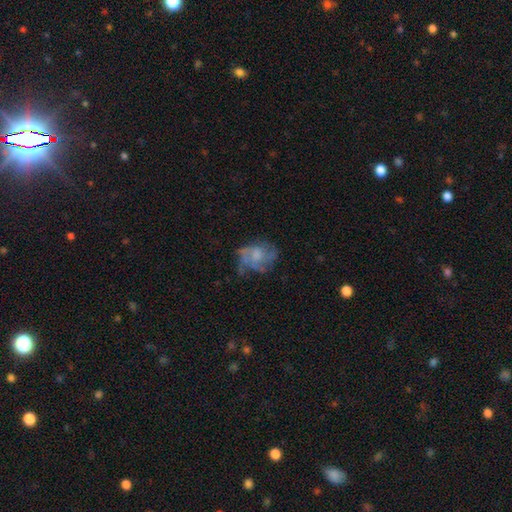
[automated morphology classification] type=featured or disk (59%); edge-on=no (97%); bar=no (74%); spiral arms=yes (69%); bulge=moderate (39%); merging=none (48%).